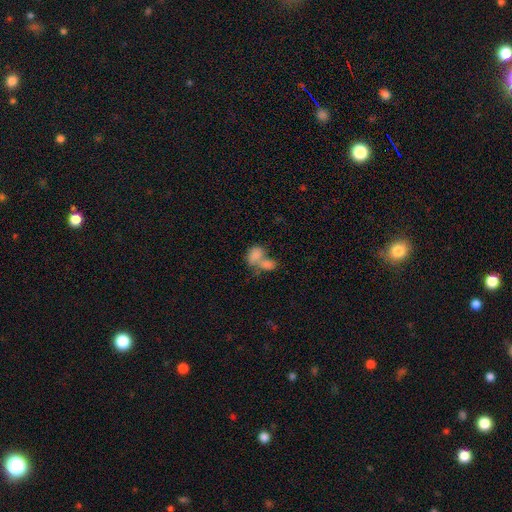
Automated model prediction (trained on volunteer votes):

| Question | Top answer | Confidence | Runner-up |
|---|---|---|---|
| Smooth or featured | smooth | 78% | featured or disk (13%) |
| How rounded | in between | 84% | round (14%) |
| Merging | merger | 72% | none (16%) |